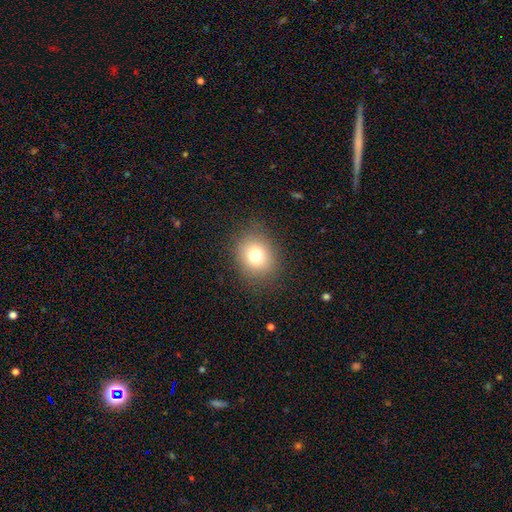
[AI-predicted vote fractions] Q: Smooth or featured?
A: smooth (76%); runner-up: star or artifact (13%)
Q: How rounded?
A: round (64%); runner-up: in between (35%)
Q: Merging?
A: none (85%); runner-up: minor disturbance (10%)